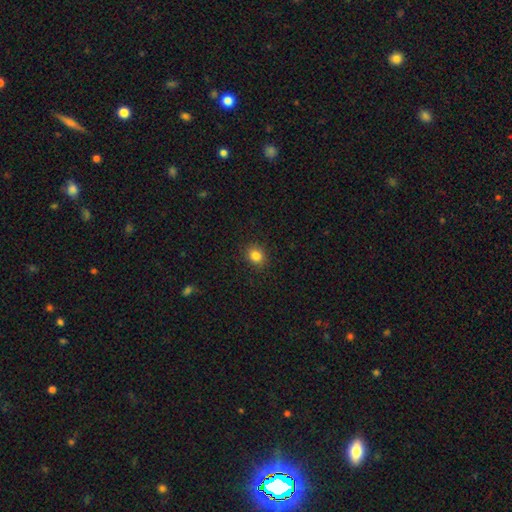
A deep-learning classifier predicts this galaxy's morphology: This is clearly a smooth galaxy (84%). How rounded: likely round (70%). Merging: clearly none (90%).